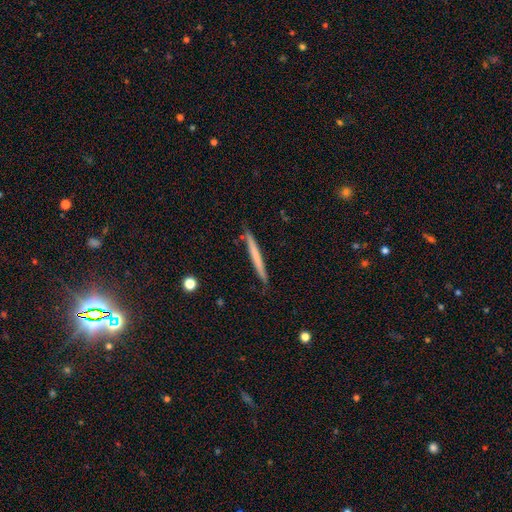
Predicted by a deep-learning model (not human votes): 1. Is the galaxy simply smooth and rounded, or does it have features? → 57% smooth, 37% featured or disk, 5% star or artifact.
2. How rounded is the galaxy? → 97% cigar-shaped, 2% in between, 1% round.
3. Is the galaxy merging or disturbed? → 86% none, 10% minor disturbance, 2% major disturbance, 2% merger.